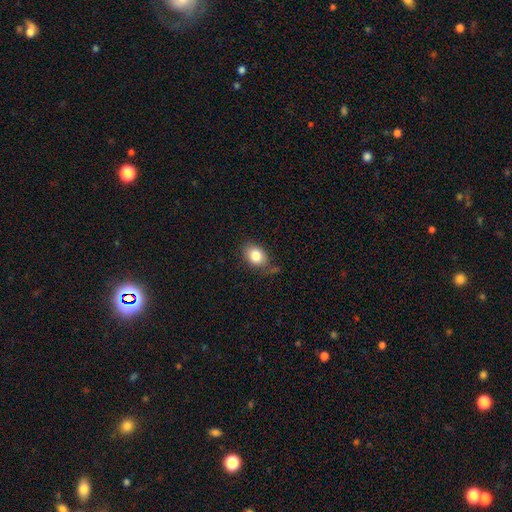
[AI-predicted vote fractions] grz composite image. It shows a smooth galaxy with no disk features (83%) that is in between round and cigar-shaped (67%). Merging: none (69%).